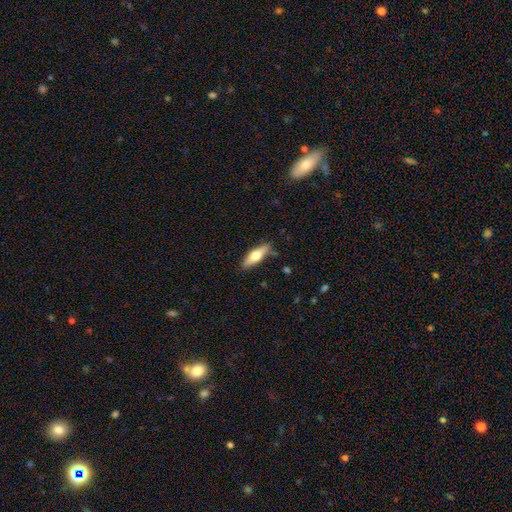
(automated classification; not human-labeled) smooth 59%, featured or disk 35%, star or artifact 6%. Down the decision tree: how rounded — cigar-shaped (49%); merging — none (83%).